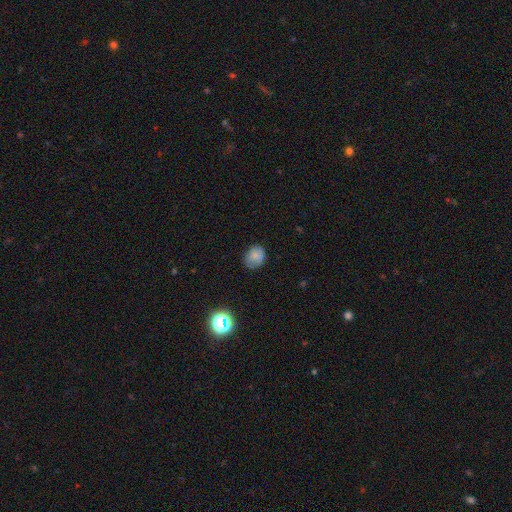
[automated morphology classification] This appears to be a smooth galaxy with no disk features (79%) that is round (55%). Merging: none (72%).